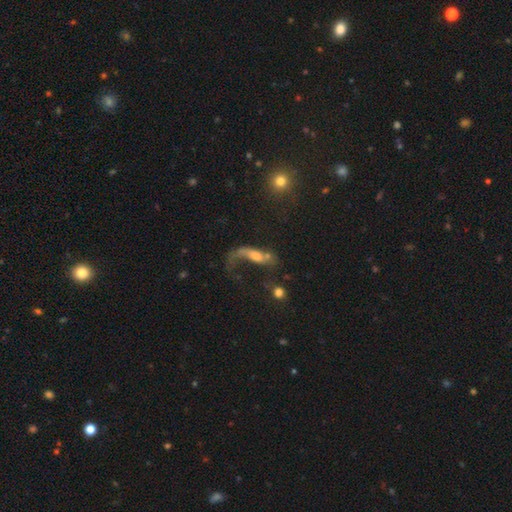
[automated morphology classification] type=featured or disk (57%); edge-on=no (80%); merging=major disturbance (53%).